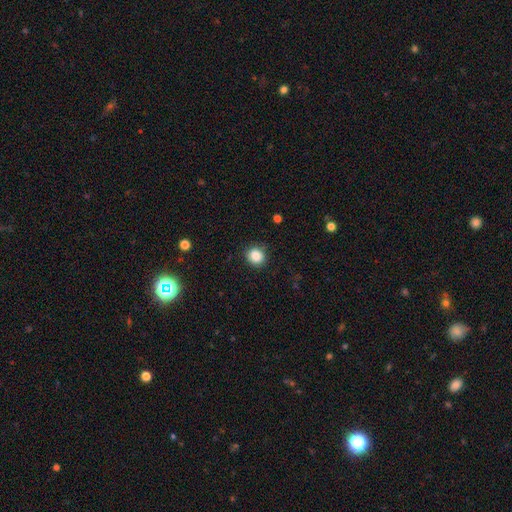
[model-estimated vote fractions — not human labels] Overall: smooth (86%). How rounded: round (83%). Merging: none (86%).